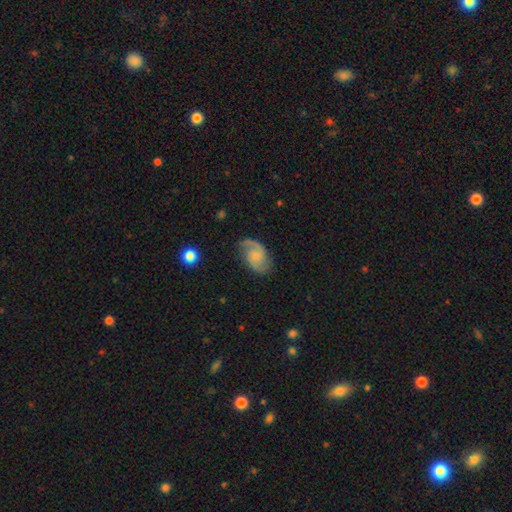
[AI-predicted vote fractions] A featured or disk galaxy (82%) with no bar (66%), 2 (86%) medium (50%) spiral arms (97%) and a small central bulge (63%). Merging: none (74%).